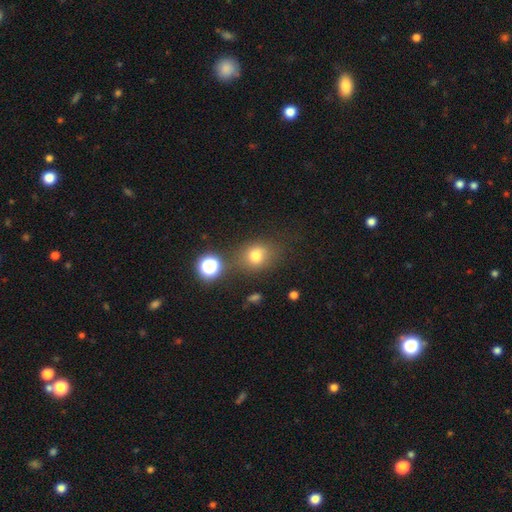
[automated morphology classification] A smooth galaxy with no disk features (74%) that is round (67%). Merging: none (71%).